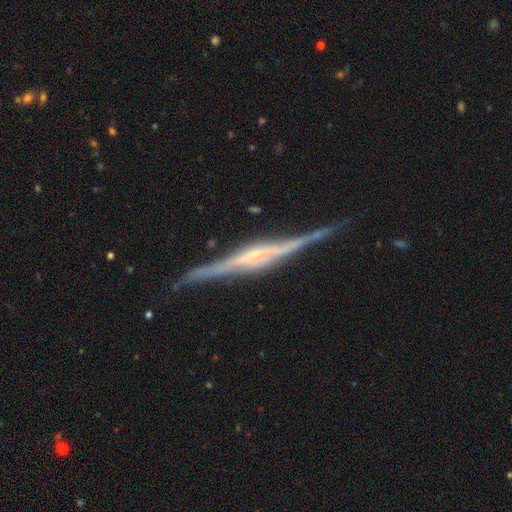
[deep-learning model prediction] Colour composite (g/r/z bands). It shows a featured or disk galaxy (88%) viewed edge-on (98%) with a boxy central bulge (47%). Merging: none (83%).